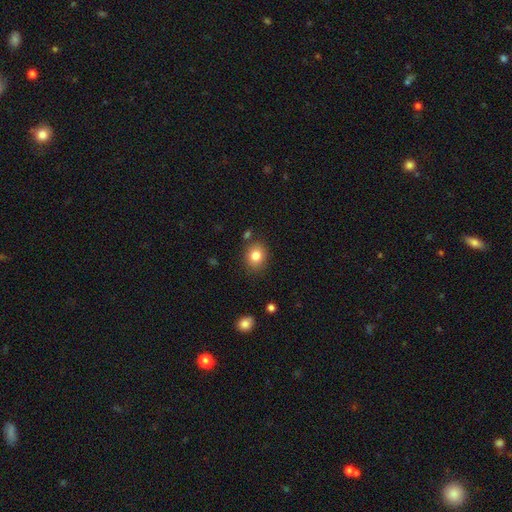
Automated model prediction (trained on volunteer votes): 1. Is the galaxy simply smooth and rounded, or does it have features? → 82% smooth, 10% star or artifact, 7% featured or disk.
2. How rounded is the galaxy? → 61% round, 39% in between, 1% cigar-shaped.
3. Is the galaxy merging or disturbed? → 82% none, 11% minor disturbance, 4% merger, 3% major disturbance.